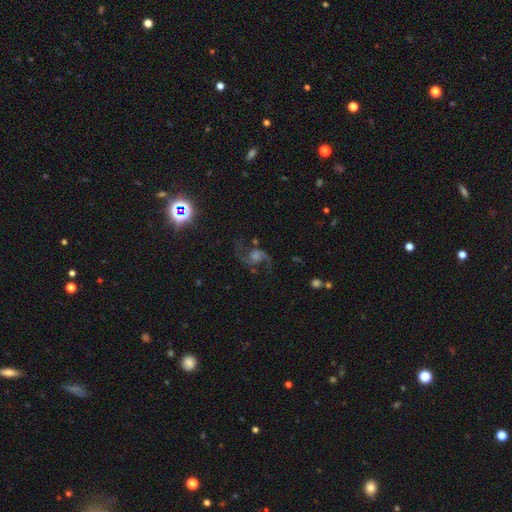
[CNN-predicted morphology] Q: Smooth or featured?
A: featured or disk (78%); runner-up: star or artifact (15%)
Q: Edge-on disk?
A: no (97%); runner-up: yes (3%)
Q: Bar?
A: no (62%); runner-up: weak (31%)
Q: Spiral arms?
A: yes (96%); runner-up: no (4%)
Q: Spiral winding?
A: loose (61%); runner-up: medium (34%)
Q: Spiral arm count?
A: 2 (91%); runner-up: can't tell (3%)
Q: Bulge size?
A: moderate (40%); runner-up: small (33%)
Q: Merging?
A: none (72%); runner-up: minor disturbance (14%)